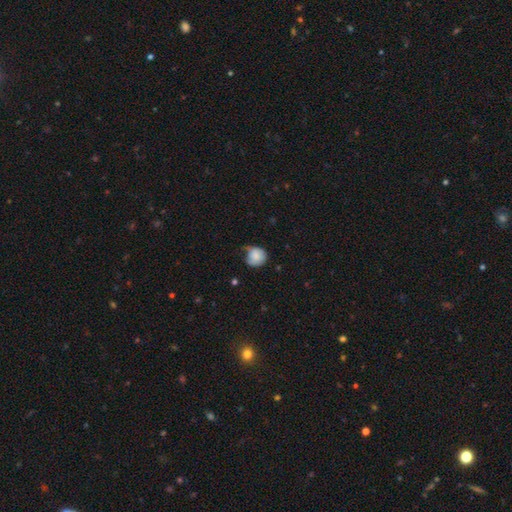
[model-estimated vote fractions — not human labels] This appears to be a smooth galaxy with no disk features (82%) that is round (82%). Merging: minor disturbance (42%).